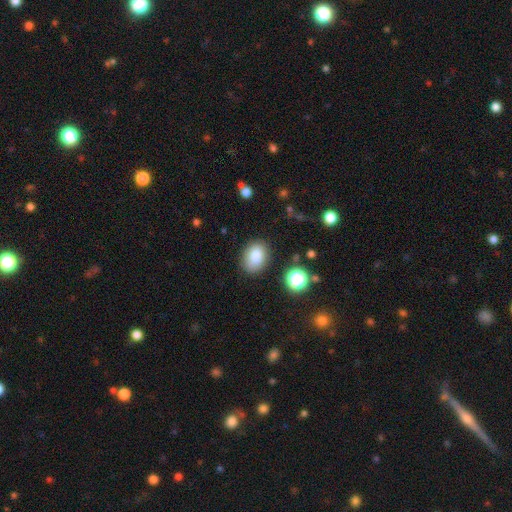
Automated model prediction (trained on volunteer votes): smooth-or-featured: smooth: 81% | star or artifact: 10% | featured or disk: 8%
  how-rounded: in between: 69% | round: 30% | cigar-shaped: 1%
  merging: none: 82% | minor disturbance: 12% | major disturbance: 3% | merger: 2%